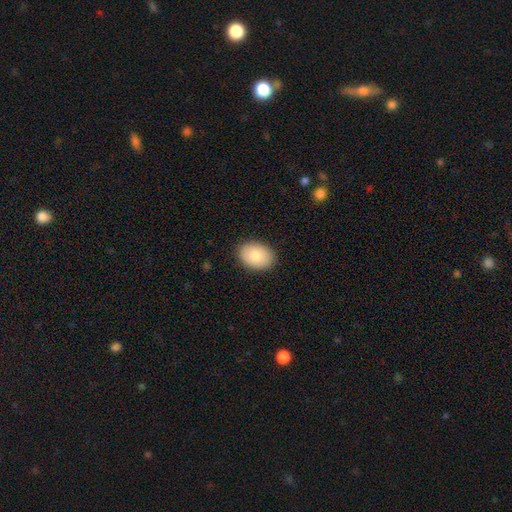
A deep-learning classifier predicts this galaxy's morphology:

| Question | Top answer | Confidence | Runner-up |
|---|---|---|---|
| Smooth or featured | smooth | 83% | featured or disk (11%) |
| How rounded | in between | 77% | round (22%) |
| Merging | none | 88% | minor disturbance (9%) |